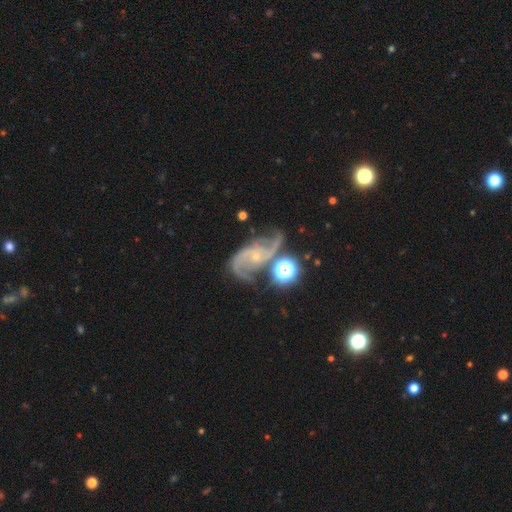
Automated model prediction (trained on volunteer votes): Smooth or featured? featured or disk (87%)
Edge-on disk? no (97%)
Bar? no (61%)
Spiral arms? yes (97%)
Spiral winding? medium (47%)
Spiral arm count? 2 (80%)
Bulge size? small (77%)
Merging? none (56%)